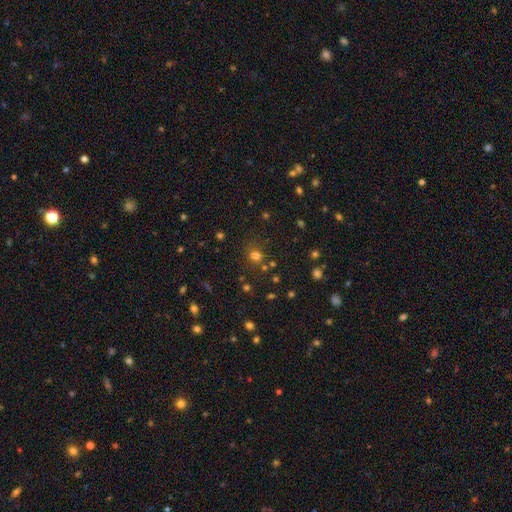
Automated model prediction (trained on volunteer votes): A smooth galaxy with no disk features (66%) that is round (68%). Merging: none (66%).